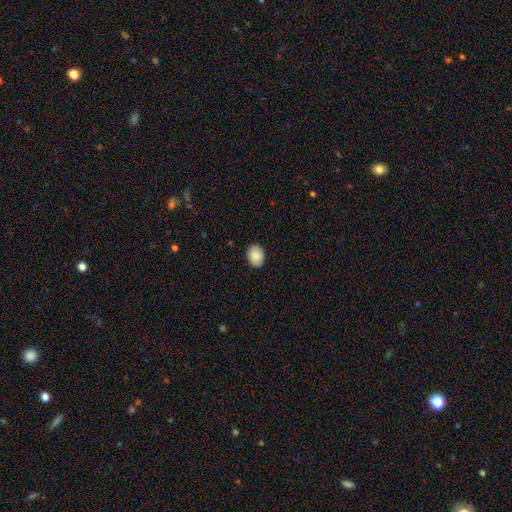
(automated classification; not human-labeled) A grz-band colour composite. It shows a smooth galaxy with no disk features (86%) that is in between round and cigar-shaped (58%). Merging: none (88%).